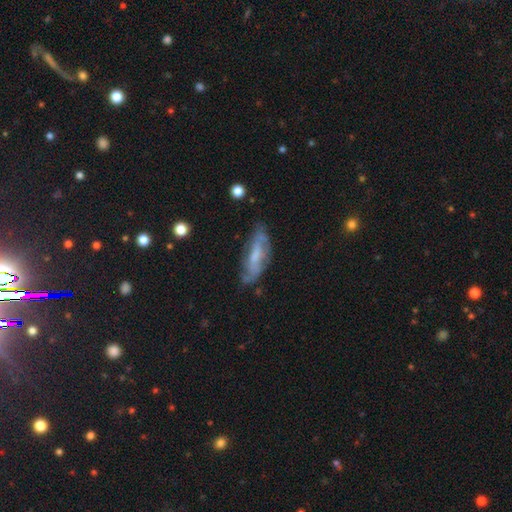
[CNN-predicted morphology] A featured or disk galaxy (59%). Merging: none (64%).